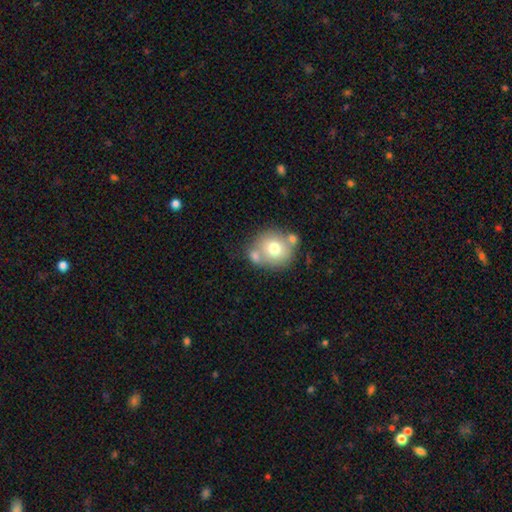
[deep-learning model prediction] Smooth or featured? Predicted: smooth (p=0.68). How rounded? Predicted: round (p=0.83). Merging? Predicted: none (p=0.55).